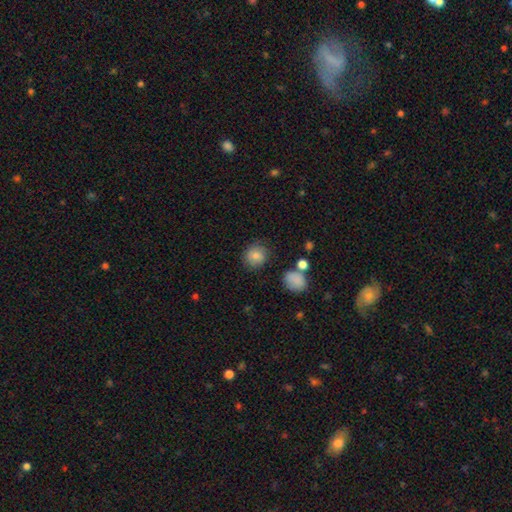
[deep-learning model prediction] Smooth or featured?
  - smooth: 82% *
  - star or artifact: 10%
  - featured or disk: 8%
How rounded?
  - round: 85% *
  - in between: 14%
  - cigar-shaped: 1%
Merging?
  - none: 80% *
  - minor disturbance: 12%
  - merger: 4%
  - major disturbance: 4%